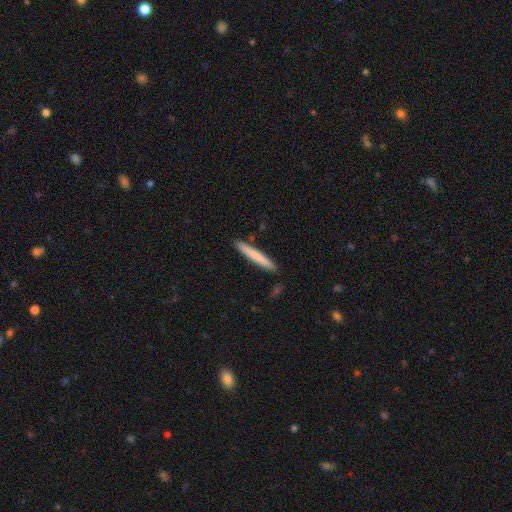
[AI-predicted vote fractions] Smooth or featured?
  - smooth: 74% *
  - featured or disk: 21%
  - star or artifact: 5%
How rounded?
  - cigar-shaped: 96% *
  - in between: 3%
  - round: 1%
Merging?
  - none: 89% *
  - minor disturbance: 7%
  - merger: 2%
  - major disturbance: 1%